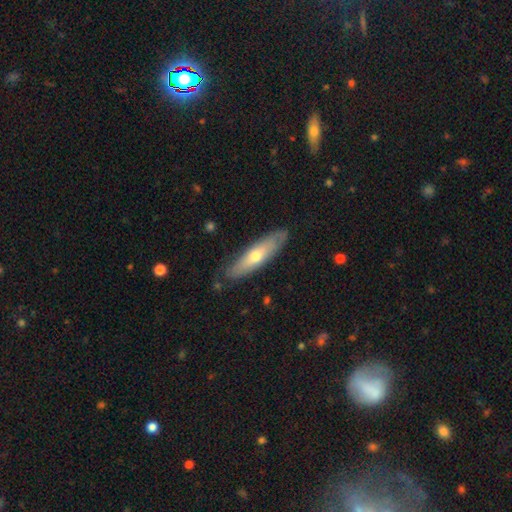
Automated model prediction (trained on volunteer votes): Q: Smooth or featured?
A: smooth (53%); runner-up: featured or disk (42%)
Q: How rounded?
A: cigar-shaped (67%); runner-up: in between (32%)
Q: Merging?
A: none (83%); runner-up: minor disturbance (13%)